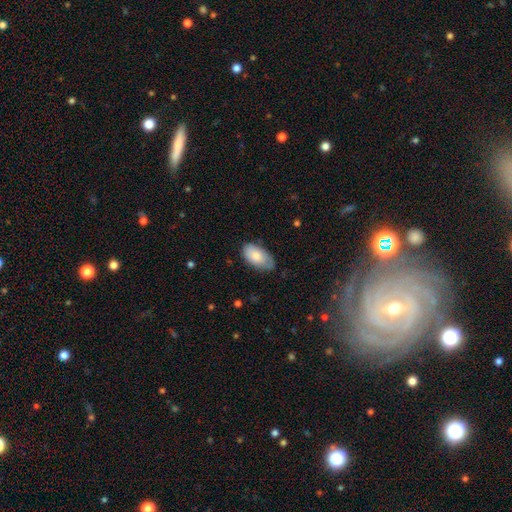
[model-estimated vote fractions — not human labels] smooth-or-featured: smooth: 81% | featured or disk: 13% | star or artifact: 6%
  how-rounded: in between: 95% | round: 3% | cigar-shaped: 2%
  merging: none: 68% | minor disturbance: 26% | major disturbance: 5% | merger: 1%